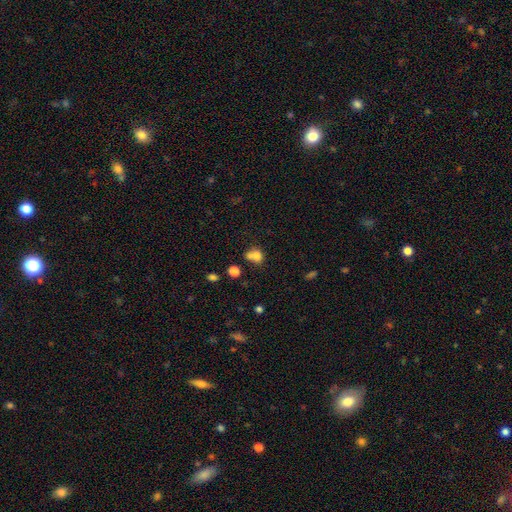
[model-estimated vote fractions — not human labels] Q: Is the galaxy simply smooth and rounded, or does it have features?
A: smooth — 76%.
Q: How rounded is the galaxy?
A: round — 61%.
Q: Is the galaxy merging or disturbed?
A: merger — 49%.